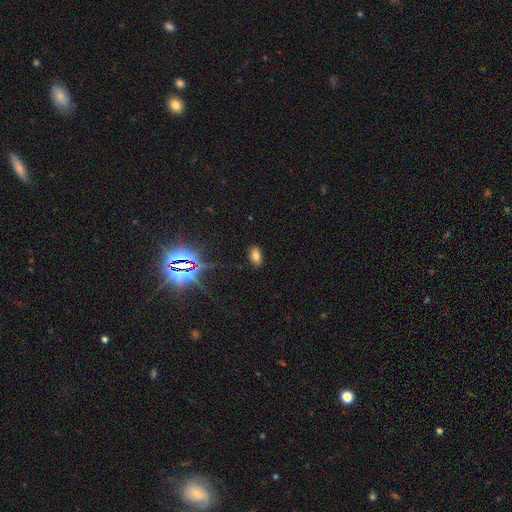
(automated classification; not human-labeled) Morphology: type=smooth (68%); roundness=in between (92%); merging=none (88%).